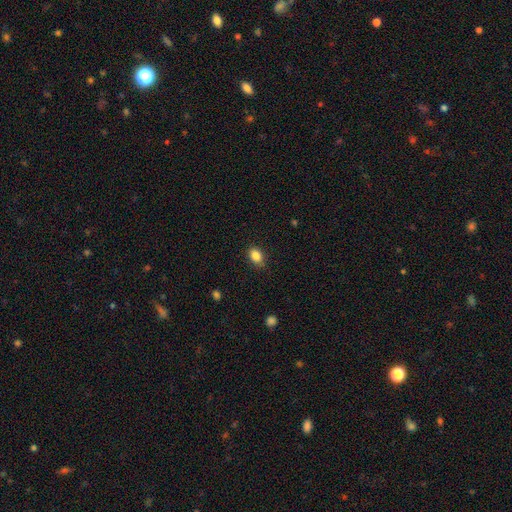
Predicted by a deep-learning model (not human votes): Smooth or featured? smooth (86%)
How rounded? in between (75%)
Merging? none (83%)